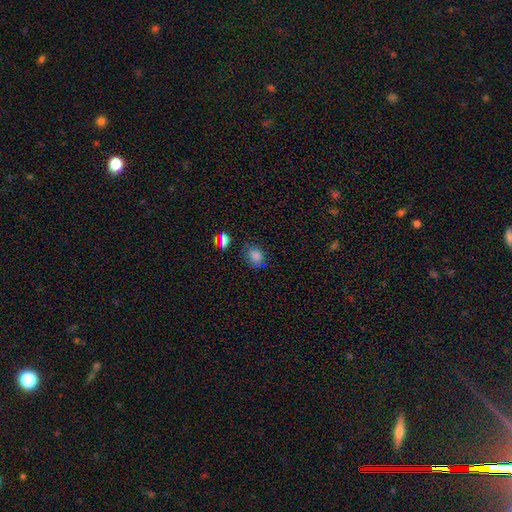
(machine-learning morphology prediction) Smooth or featured? smooth (73%)
How rounded? round (62%)
Merging? none (71%)